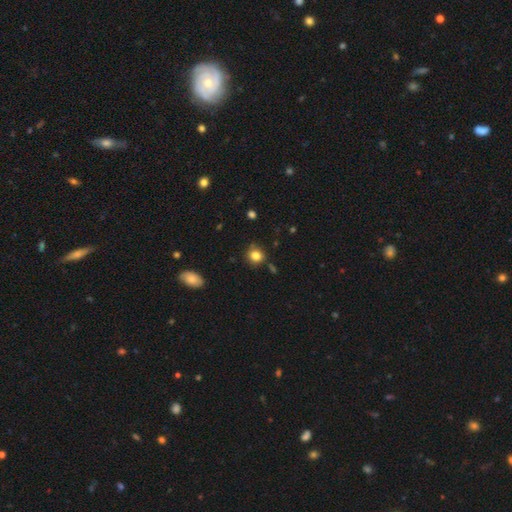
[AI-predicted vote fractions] A smooth galaxy with no disk features (83%) that is round (82%).

Vote fractions:
- Smooth or featured? smooth: 83% / star or artifact: 12% / featured or disk: 6%
- How rounded? round: 82% / in between: 17% / cigar-shaped: 1%
- Merging? none: 80% / minor disturbance: 14% / merger: 3% / major disturbance: 3%